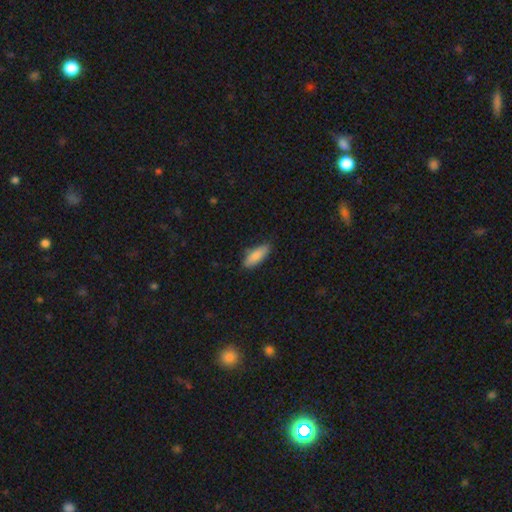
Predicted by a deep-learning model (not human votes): Smooth or featured?
  - smooth: 86% *
  - featured or disk: 8%
  - star or artifact: 6%
How rounded?
  - in between: 69% *
  - cigar-shaped: 30%
  - round: 2%
Merging?
  - none: 78% *
  - minor disturbance: 18%
  - major disturbance: 3%
  - merger: 1%